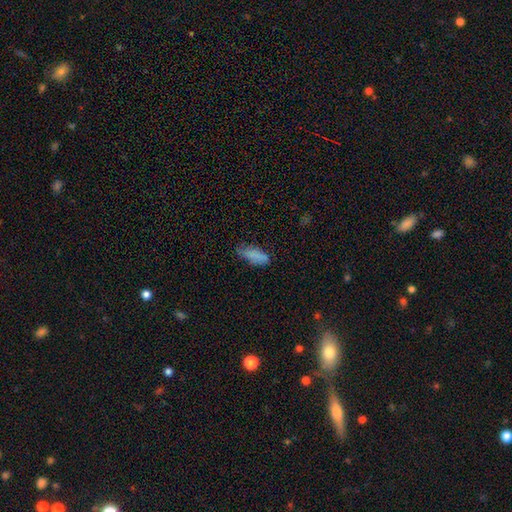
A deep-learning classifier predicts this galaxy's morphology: Overall: smooth (81%). How rounded: in between (75%). Merging: none (58%; minor disturbance 31%).